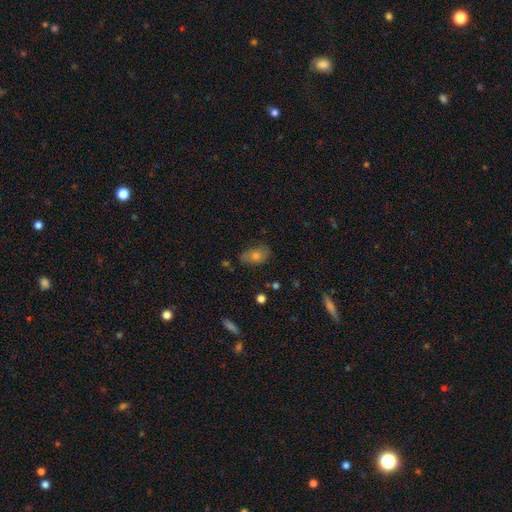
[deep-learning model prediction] smooth_or_featured: smooth (p=0.57) [alt: featured or disk p=0.27]
how_rounded: in between (p=0.82) [alt: round p=0.14]
merging: none (p=0.68) [alt: minor disturbance p=0.23]